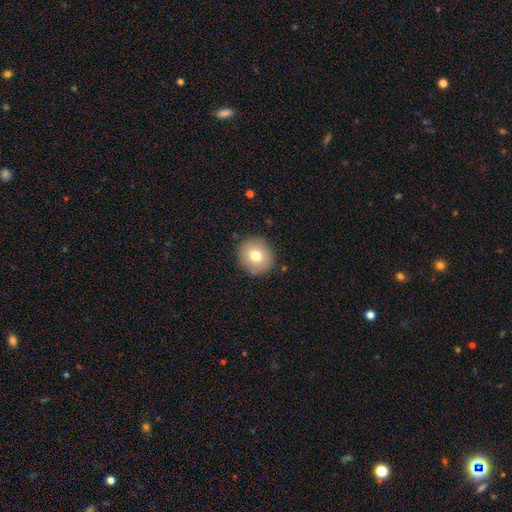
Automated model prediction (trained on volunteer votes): Smooth or featured?
  - smooth: 76% *
  - featured or disk: 14%
  - star or artifact: 10%
How rounded?
  - round: 88% *
  - in between: 11%
  - cigar-shaped: 1%
Merging?
  - none: 88% *
  - minor disturbance: 9%
  - major disturbance: 2%
  - merger: 2%